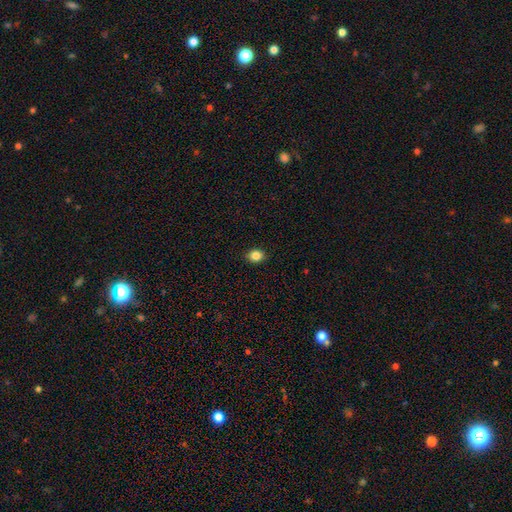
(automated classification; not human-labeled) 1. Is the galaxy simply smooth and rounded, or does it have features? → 85% smooth, 10% star or artifact, 5% featured or disk.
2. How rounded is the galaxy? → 60% round, 39% in between, 1% cigar-shaped.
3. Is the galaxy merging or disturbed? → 91% none, 7% minor disturbance, 2% major disturbance, 1% merger.